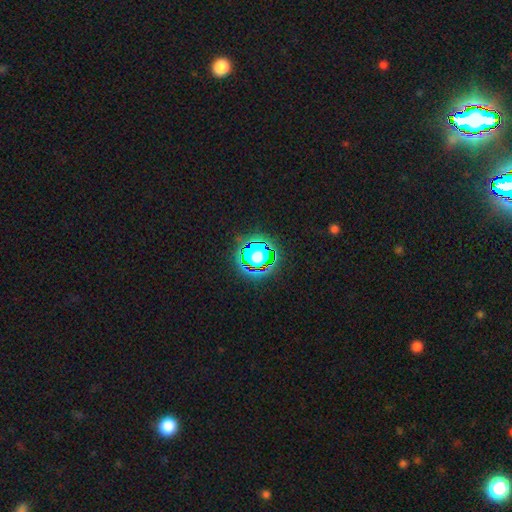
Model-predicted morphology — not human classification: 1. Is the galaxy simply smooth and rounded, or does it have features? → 54% star or artifact, 31% smooth, 15% featured or disk.